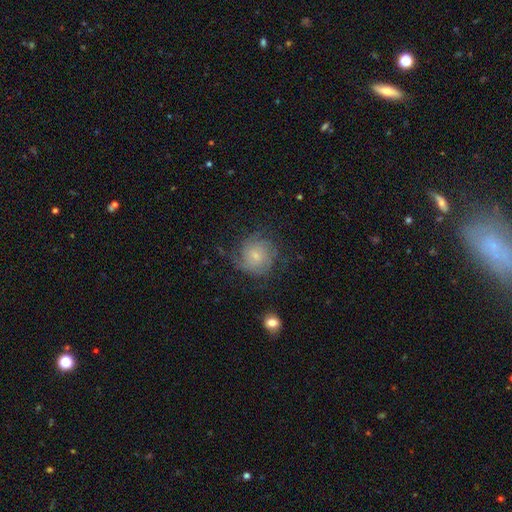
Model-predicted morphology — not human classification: Q: Smooth or featured?
A: featured or disk (53%); runner-up: smooth (37%)
Q: Edge-on disk?
A: no (97%); runner-up: yes (3%)
Q: Bar?
A: no (74%); runner-up: weak (23%)
Q: Spiral arms?
A: yes (84%); runner-up: no (16%)
Q: Bulge size?
A: small (68%); runner-up: moderate (25%)
Q: Merging?
A: none (63%); runner-up: minor disturbance (20%)